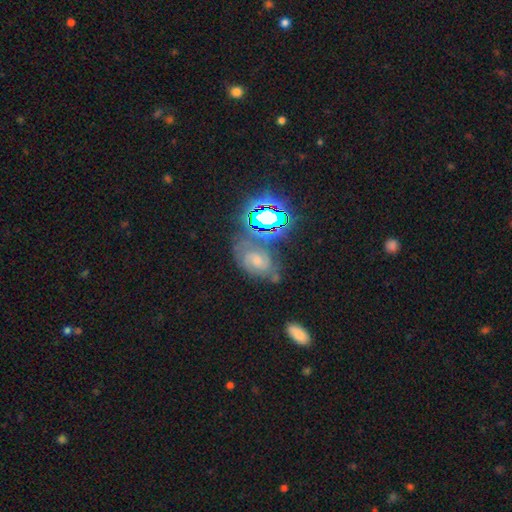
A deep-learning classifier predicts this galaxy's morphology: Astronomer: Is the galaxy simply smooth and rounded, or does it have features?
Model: star or artifact — 54%.